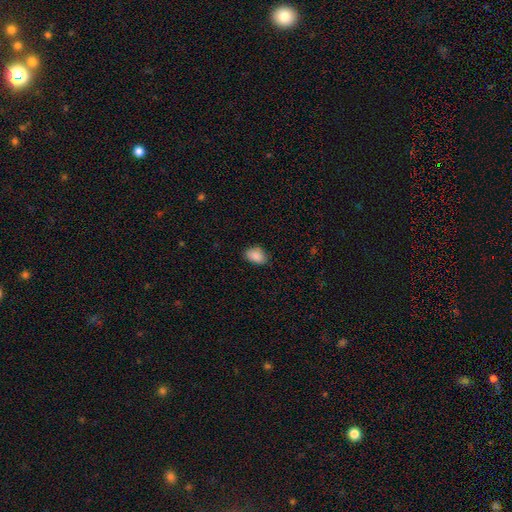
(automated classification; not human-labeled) Q: Smooth or featured?
A: smooth (88%); runner-up: star or artifact (7%)
Q: How rounded?
A: in between (84%); runner-up: round (15%)
Q: Merging?
A: none (78%); runner-up: minor disturbance (18%)